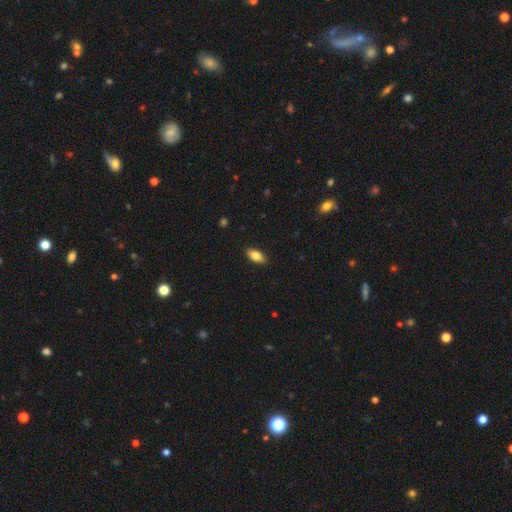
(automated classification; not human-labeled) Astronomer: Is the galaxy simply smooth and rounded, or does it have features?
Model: smooth — 81%.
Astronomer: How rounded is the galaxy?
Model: in between — 89%.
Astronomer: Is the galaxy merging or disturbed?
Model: none — 89%.